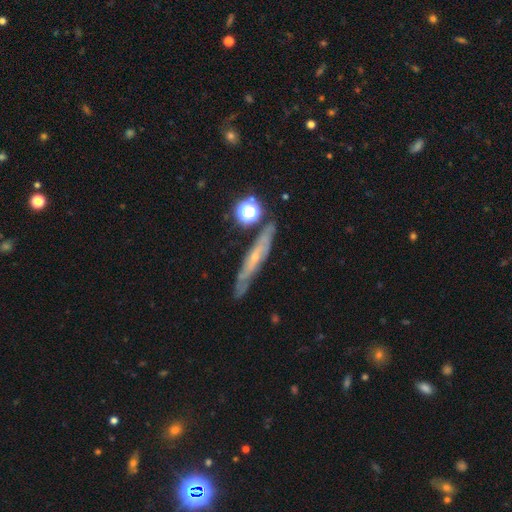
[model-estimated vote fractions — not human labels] Smooth or featured?
  - featured or disk: 64% *
  - smooth: 25%
  - star or artifact: 11%
Edge-on disk?
  - yes: 72% *
  - no: 28%
Merging?
  - none: 76% *
  - minor disturbance: 15%
  - major disturbance: 4%
  - merger: 4%